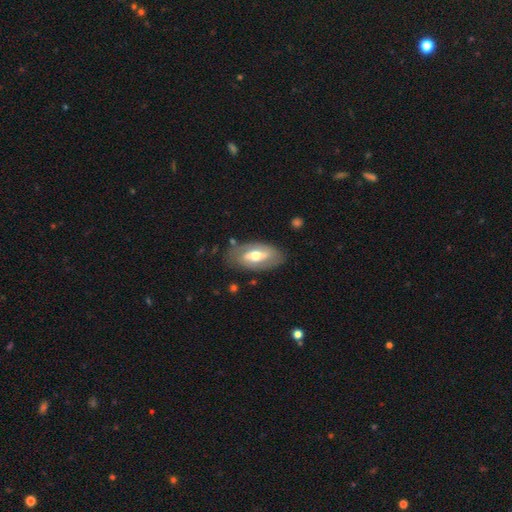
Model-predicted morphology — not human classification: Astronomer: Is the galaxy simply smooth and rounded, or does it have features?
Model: featured or disk — 58% (runner-up: smooth, 37%).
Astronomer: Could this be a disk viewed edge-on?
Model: no — 88%.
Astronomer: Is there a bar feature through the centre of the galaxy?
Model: weak — 35% (runner-up: no, 33%).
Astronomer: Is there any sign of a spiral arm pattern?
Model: yes — 51% (runner-up: no, 49%).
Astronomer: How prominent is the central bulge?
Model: moderate — 71%.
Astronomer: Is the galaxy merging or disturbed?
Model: none — 76%.